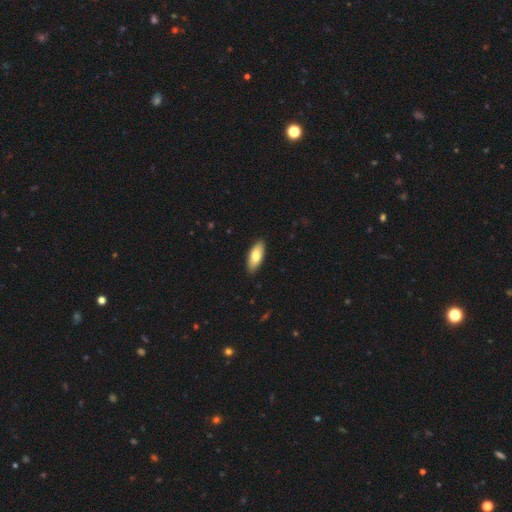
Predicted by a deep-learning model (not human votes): This appears to be a smooth galaxy with no disk features (78%) that is in between round and cigar-shaped (81%). Merging: none (89%).